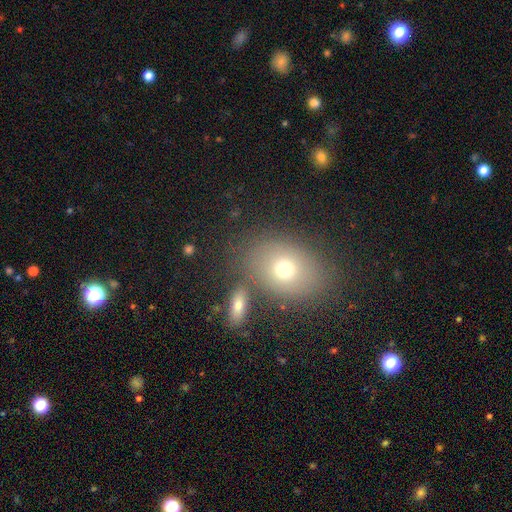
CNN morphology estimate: smooth-or-featured: smooth: 67% | featured or disk: 17% | star or artifact: 16%
  how-rounded: in between: 65% | round: 34% | cigar-shaped: 1%
  merging: none: 75% | merger: 11% | minor disturbance: 10% | major disturbance: 4%